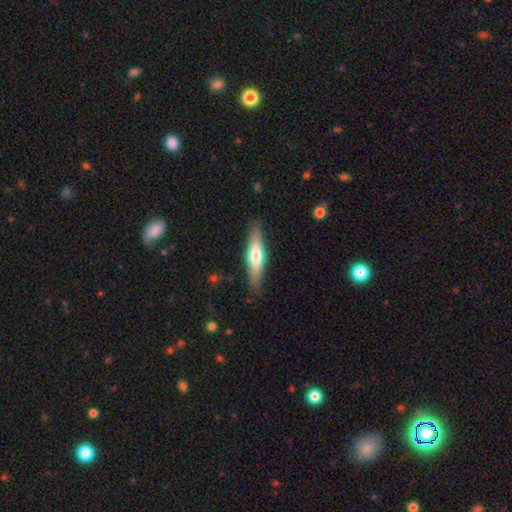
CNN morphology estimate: This appears to be a smooth galaxy with no disk features (47%, tied with featured or disk). Merging: none (86%).